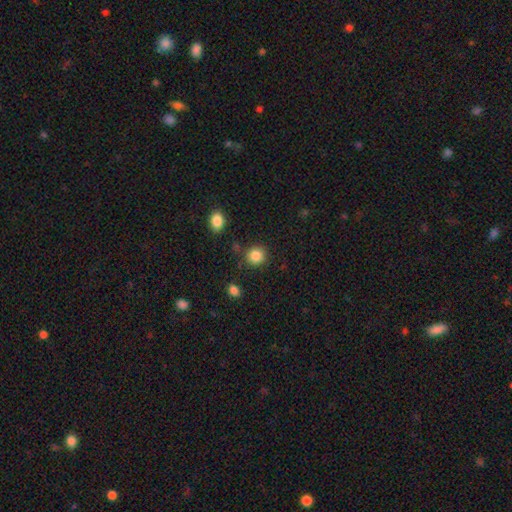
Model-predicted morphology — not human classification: smooth 86%, star or artifact 10%, featured or disk 4%. Down the decision tree: how rounded — round (86%); merging — none (83%).